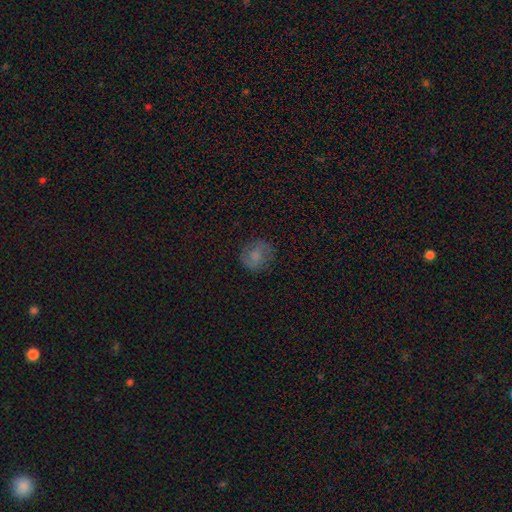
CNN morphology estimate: Overall: smooth (56%; featured or disk 32%). How rounded: round (76%). Merging: none (76%).